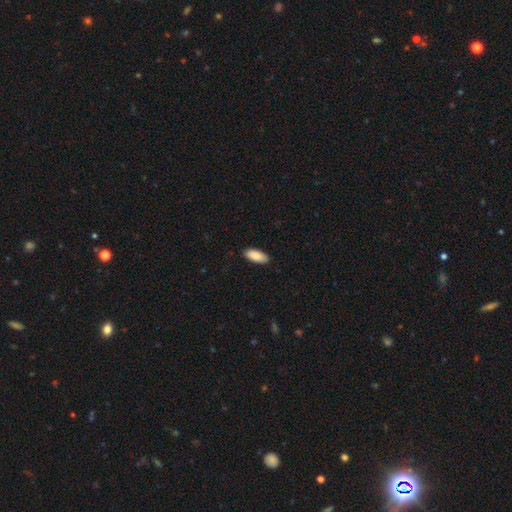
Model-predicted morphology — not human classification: Q: Smooth or featured?
A: smooth (89%); runner-up: star or artifact (6%)
Q: How rounded?
A: in between (85%); runner-up: cigar-shaped (13%)
Q: Merging?
A: none (89%); runner-up: minor disturbance (9%)